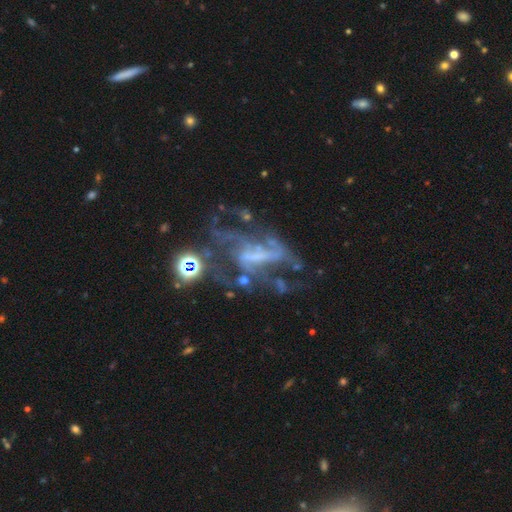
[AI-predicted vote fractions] Smooth or featured? featured or disk (74%)
Edge-on disk? no (94%)
Bar? no (36%)
Spiral arms? yes (63%)
Bulge size? none (52%)
Merging? major disturbance (41%)